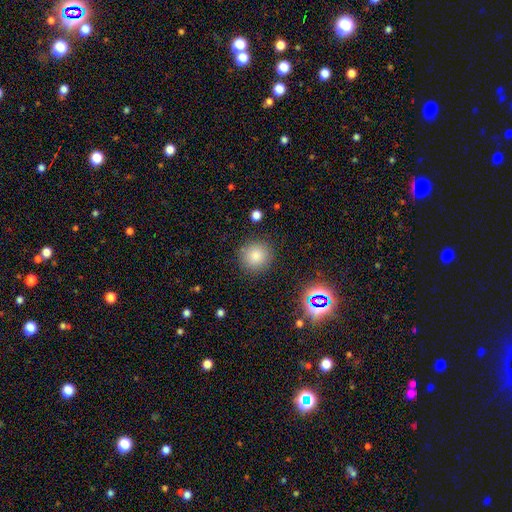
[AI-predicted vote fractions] smooth 81%, star or artifact 12%, featured or disk 7%. Down the decision tree: how rounded — round (92%); merging — none (87%).